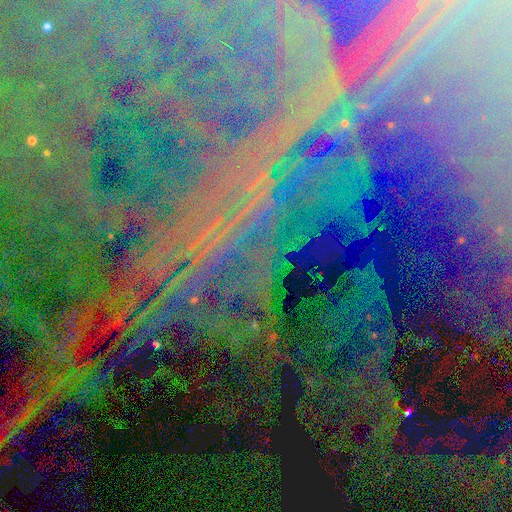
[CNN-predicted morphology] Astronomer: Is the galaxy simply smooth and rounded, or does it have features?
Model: star or artifact — 84%.